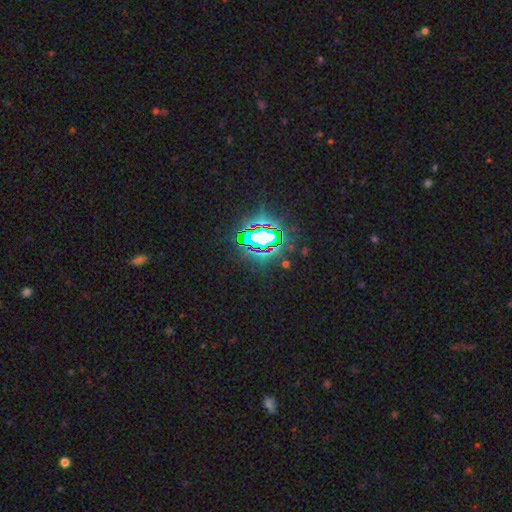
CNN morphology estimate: star or artifact 84%, smooth 9%, featured or disk 7%.